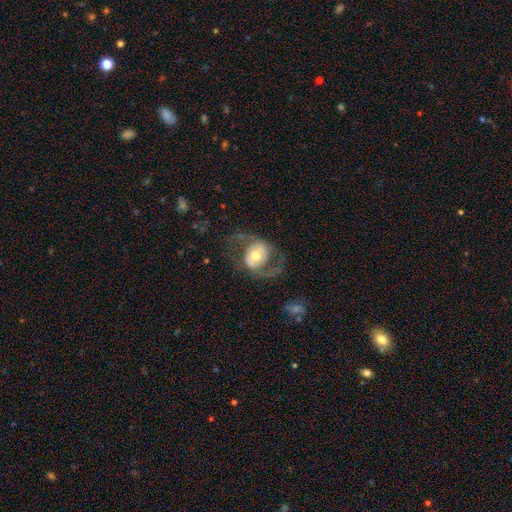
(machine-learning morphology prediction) smooth_or_featured: featured or disk (p=0.71) [alt: smooth p=0.23]
disk_edge_on: no (p=0.96) [alt: yes p=0.04]
bar: no (p=0.61) [alt: weak p=0.27]
has_spiral_arms: yes (p=0.76) [alt: no p=0.24]
spiral_winding: medium (p=0.45) [alt: loose p=0.43]
spiral_arm_count: 2 (p=0.88) [alt: can't tell p=0.05]
bulge_size: moderate (p=0.68) [alt: large p=0.19]
merging: none (p=0.59) [alt: major disturbance p=0.23]